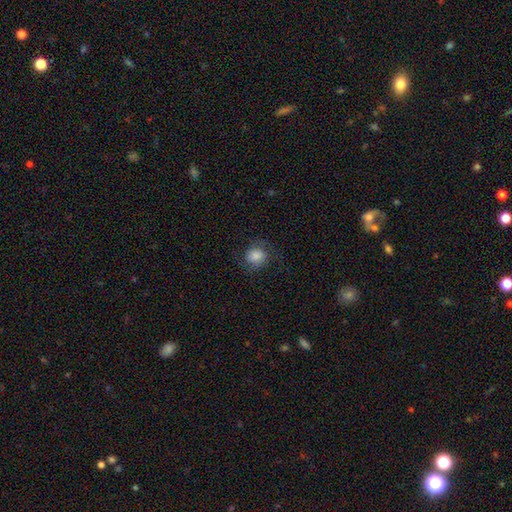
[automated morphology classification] A smooth galaxy with no disk features (62%) that is round (72%). Merging: none (72%).